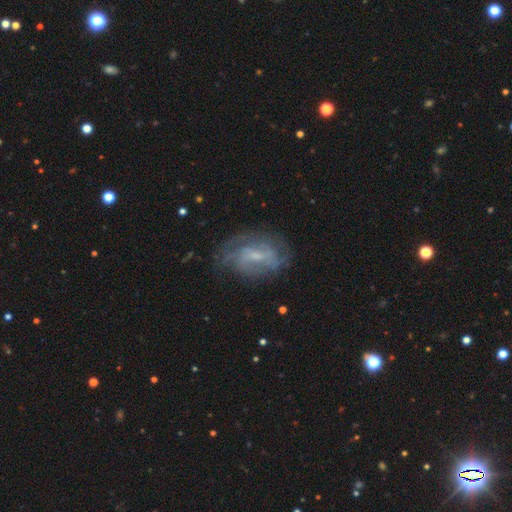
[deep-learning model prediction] Overall: featured or disk (68%). Edge-on disk: no (95%). Bar: weak (52%; no 35%). Spiral arms: yes (78%). Spiral arm count: can't tell (48%; 2 26%). Spiral winding: tight (40%; medium 39%). Bulge size: small (55%; moderate 28%). Merging: none (64%).